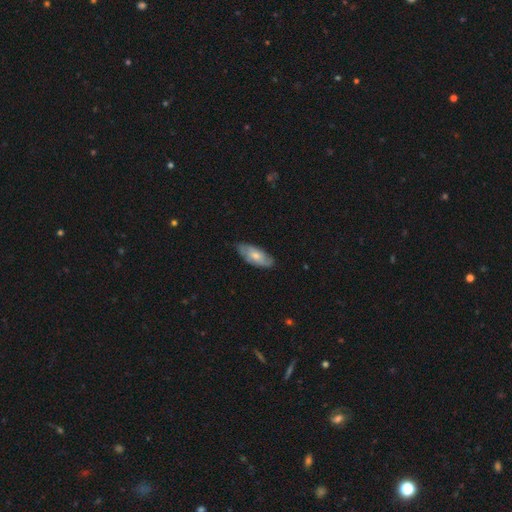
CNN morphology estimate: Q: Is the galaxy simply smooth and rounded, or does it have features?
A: smooth — 55%.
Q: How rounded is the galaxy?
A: in between — 83%.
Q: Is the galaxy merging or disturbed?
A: none — 75%.